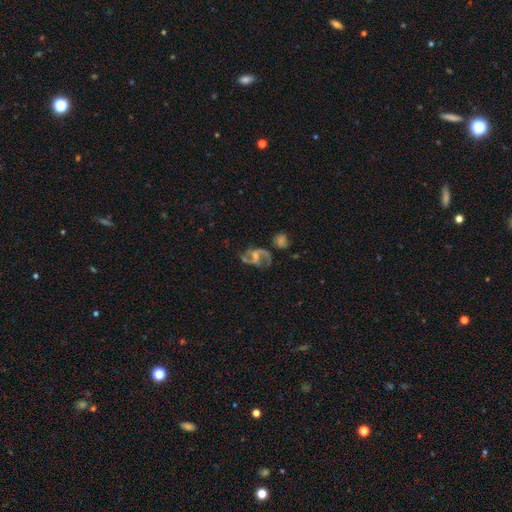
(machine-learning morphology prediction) A featured or disk galaxy (82%) with a weak bar (46%), 2 (84%) loose (49%) spiral arms (91%) and a small central bulge (48%).

Vote fractions:
- Smooth or featured? featured or disk: 82% / smooth: 9% / star or artifact: 9%
- Edge-on disk? no: 97% / yes: 3%
- Bar? weak: 46% / no: 34% / strong: 20%
- Spiral arms? yes: 91% / no: 9%
- Spiral winding? loose: 49% / medium: 40% / tight: 11%
- Spiral arm count? 2: 84% / can't tell: 5% / 1: 5% / 3: 3% / 4: 1% / more than 4: 1%
- Bulge size? small: 48% / moderate: 39% / none: 9% / large: 3% / dominant: 1%
- Merging? none: 51% / major disturbance: 22% / minor disturbance: 19% / merger: 8%